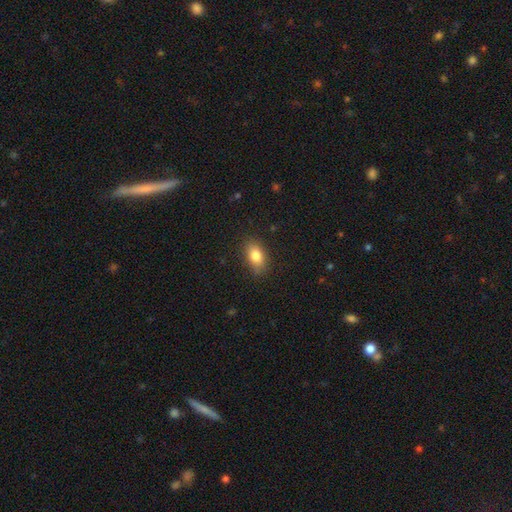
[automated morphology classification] This appears to be a smooth galaxy with no disk features (82%) that is in between round and cigar-shaped (86%). Merging: none (83%).